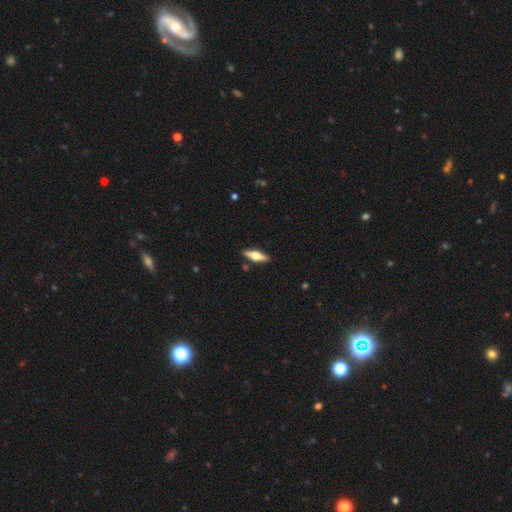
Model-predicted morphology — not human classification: smooth_or_featured: featured or disk (p=0.56) [alt: smooth p=0.38]
disk_edge_on: yes (p=0.93) [alt: no p=0.07]
edge_on_bulge: rounded (p=0.94) [alt: boxy p=0.04]
merging: none (p=0.88) [alt: minor disturbance p=0.08]